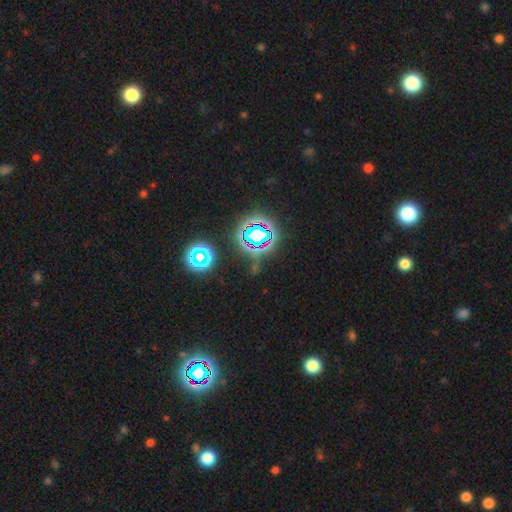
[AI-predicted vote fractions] A star or artifact, not a galaxy (77%).